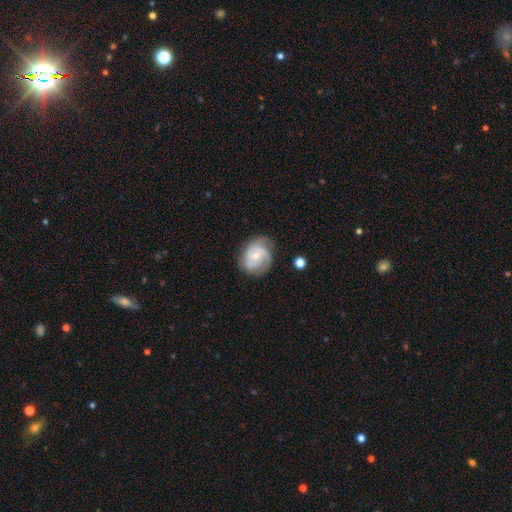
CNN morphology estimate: Overall: featured or disk (73%). Edge-on disk: no (98%). Bar: no (68%; weak 28%). Spiral arms: yes (93%). Spiral arm count: 2 (35%; 3 33%). Spiral winding: tight (49%; medium 40%). Bulge size: small (56%; moderate 40%). Merging: none (70%).